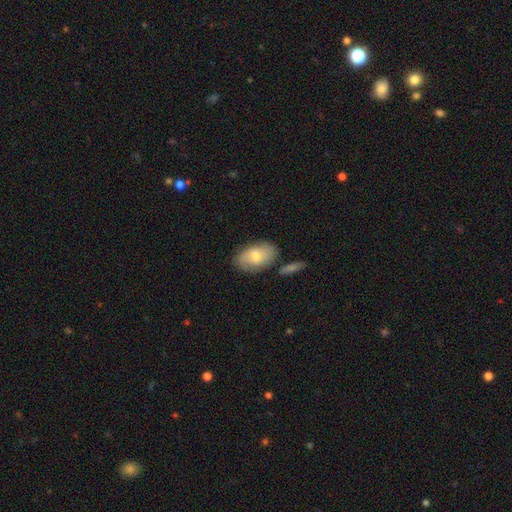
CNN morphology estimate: A smooth galaxy with no disk features (59%) that is in between round and cigar-shaped (90%).

Vote fractions:
- Smooth or featured? smooth: 59% / featured or disk: 34% / star or artifact: 7%
- How rounded? in between: 90% / round: 8% / cigar-shaped: 2%
- Merging? none: 72% / minor disturbance: 17% / merger: 7% / major disturbance: 4%